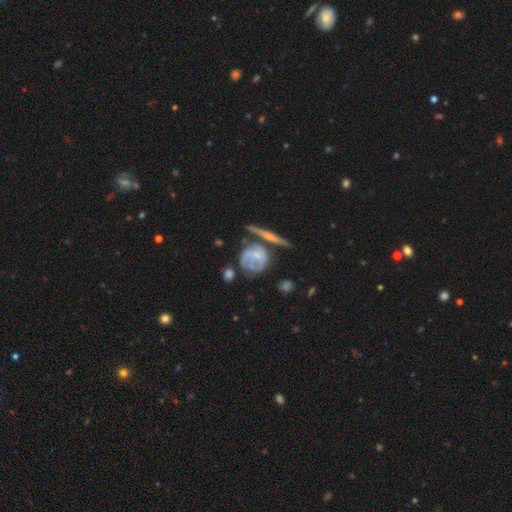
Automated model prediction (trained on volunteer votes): This appears to be a featured or disk galaxy (57%). Merging: none (40%).